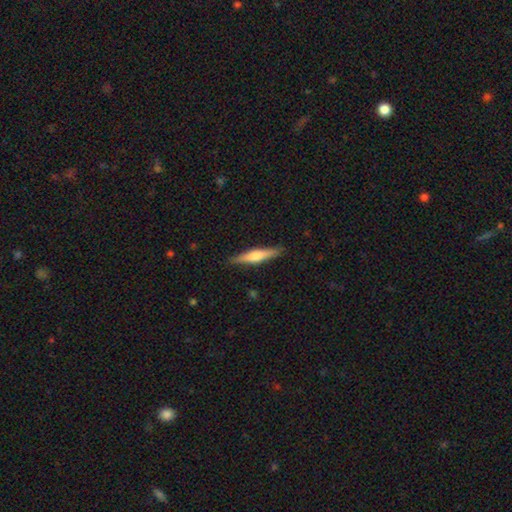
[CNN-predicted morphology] Q: Smooth or featured?
A: featured or disk (50%); runner-up: smooth (45%)
Q: Merging?
A: none (89%); runner-up: minor disturbance (8%)